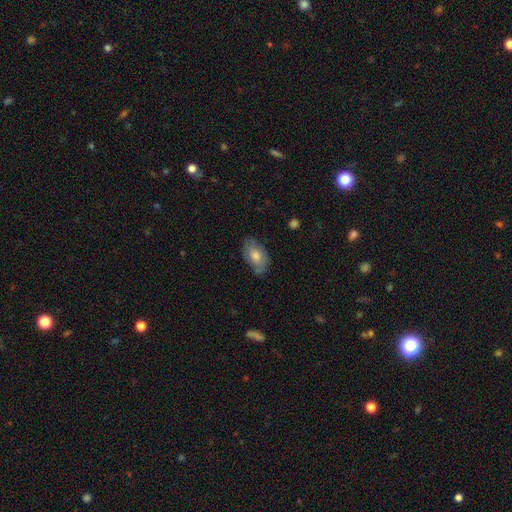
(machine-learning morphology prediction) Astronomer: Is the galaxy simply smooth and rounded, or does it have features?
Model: smooth — 61%.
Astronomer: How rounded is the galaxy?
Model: in between — 91%.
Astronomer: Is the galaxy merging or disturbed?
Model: none — 75%.